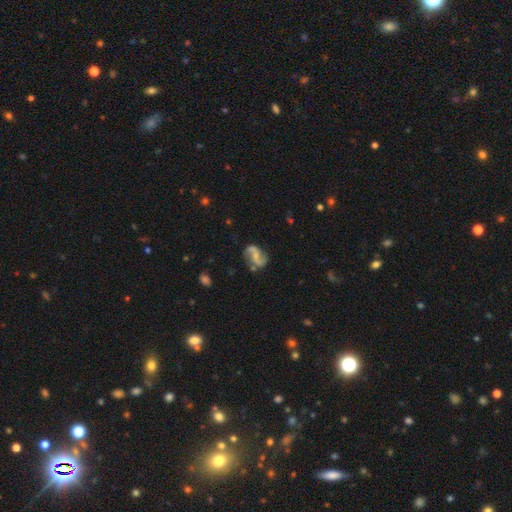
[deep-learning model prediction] Smooth or featured? Predicted: featured or disk (p=0.84). Edge-on disk? Predicted: no (p=0.98). Bar? Predicted: no (p=0.42). Spiral arms? Predicted: yes (p=0.95). Spiral winding? Predicted: loose (p=0.61). Spiral arm count? Predicted: 2 (p=0.93). Bulge size? Predicted: small (p=0.43). Merging? Predicted: none (p=0.72).